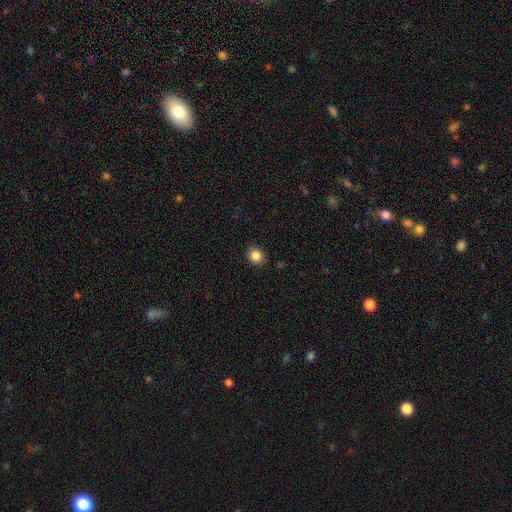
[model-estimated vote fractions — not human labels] A smooth galaxy with no disk features (86%) that is round (78%).

Vote fractions:
- Smooth or featured? smooth: 86% / star or artifact: 10% / featured or disk: 4%
- How rounded? round: 78% / in between: 21% / cigar-shaped: 1%
- Merging? none: 89% / minor disturbance: 8% / major disturbance: 2% / merger: 1%